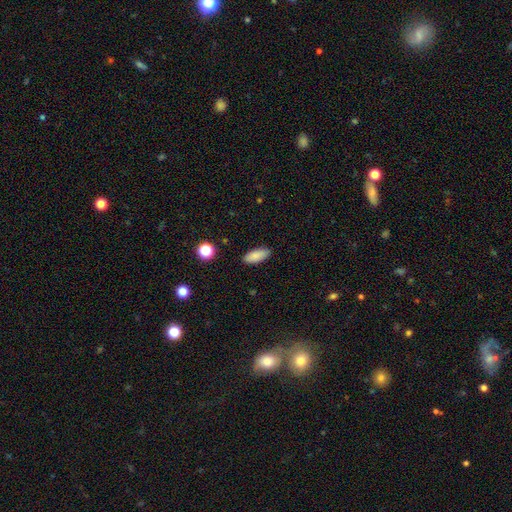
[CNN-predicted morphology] type=smooth (87%); roundness=in between (80%); merging=none (88%).